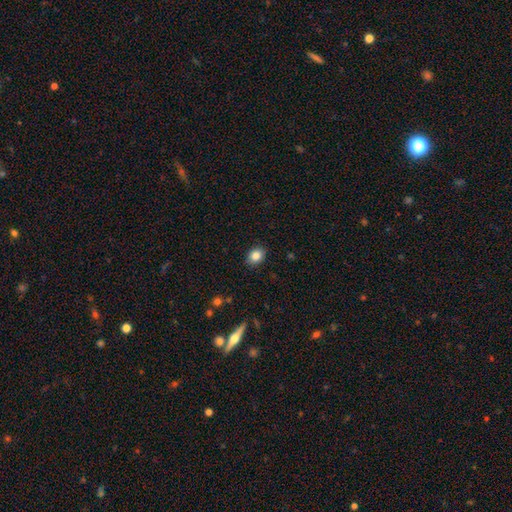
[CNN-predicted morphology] This appears to be a smooth galaxy with no disk features (84%) that is in between round and cigar-shaped (57%). Merging: none (89%).